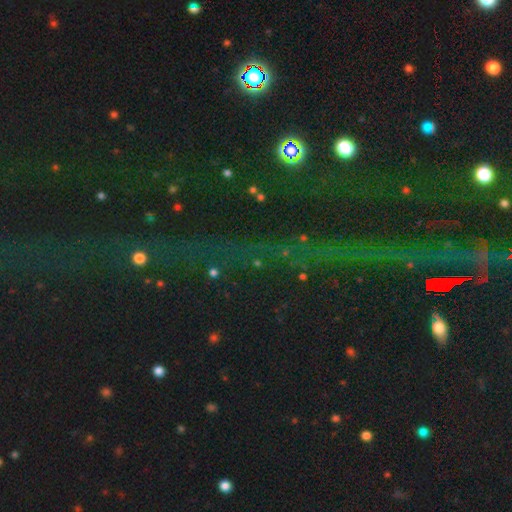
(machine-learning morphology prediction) A star or artifact, not a galaxy (81%).

Vote fractions:
- Smooth or featured? star or artifact: 81% / featured or disk: 10% / smooth: 9%